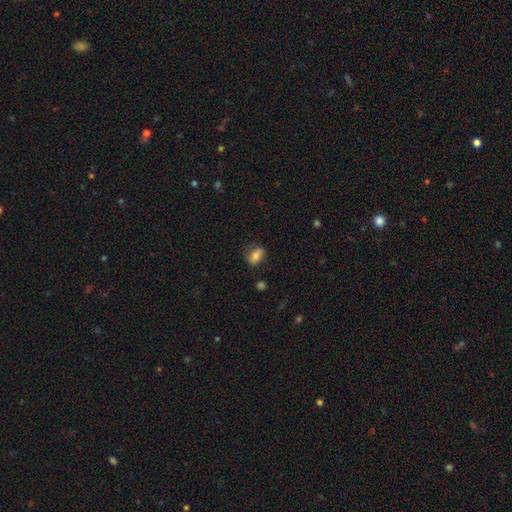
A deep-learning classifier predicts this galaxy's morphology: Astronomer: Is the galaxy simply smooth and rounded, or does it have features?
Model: smooth — 70%.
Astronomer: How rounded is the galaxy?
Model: in between — 79%.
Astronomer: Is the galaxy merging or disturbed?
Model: none — 71%.